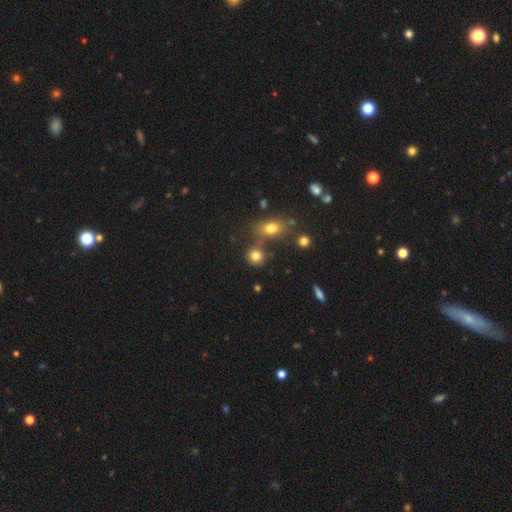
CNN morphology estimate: This is likely a smooth galaxy (79%). How rounded: clearly round (81%). Merging: likely none (68%).